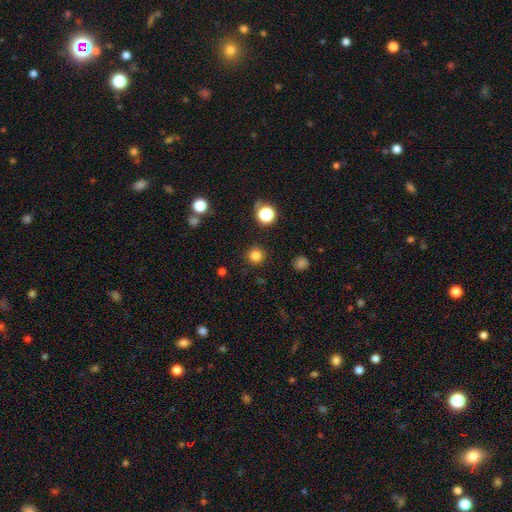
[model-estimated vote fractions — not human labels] The model was most divided on "smooth or featured": smooth: 81%, star or artifact: 15%, featured or disk: 4%. More confident: how rounded — round (95%); merging — none (91%).